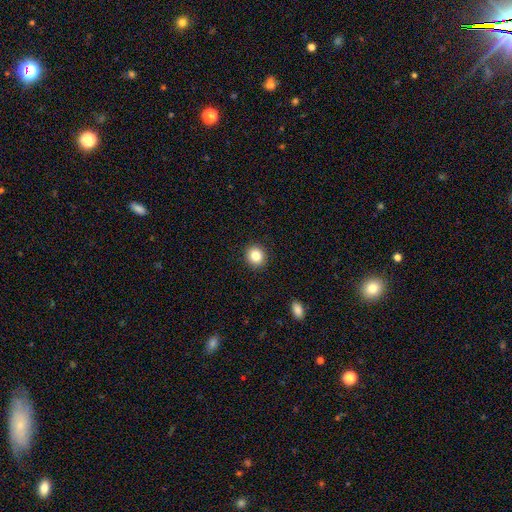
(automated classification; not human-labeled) Smooth or featured?
  - smooth: 83% *
  - star or artifact: 10%
  - featured or disk: 7%
How rounded?
  - round: 85% *
  - in between: 14%
  - cigar-shaped: 1%
Merging?
  - none: 92% *
  - minor disturbance: 5%
  - major disturbance: 2%
  - merger: 1%